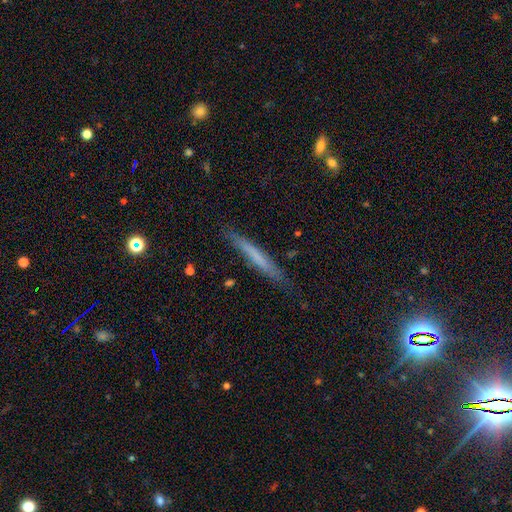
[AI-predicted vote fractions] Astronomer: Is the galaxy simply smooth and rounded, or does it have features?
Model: smooth — 53% (runner-up: featured or disk, 39%).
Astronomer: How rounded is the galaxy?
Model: cigar-shaped — 96%.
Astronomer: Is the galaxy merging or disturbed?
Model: none — 83%.